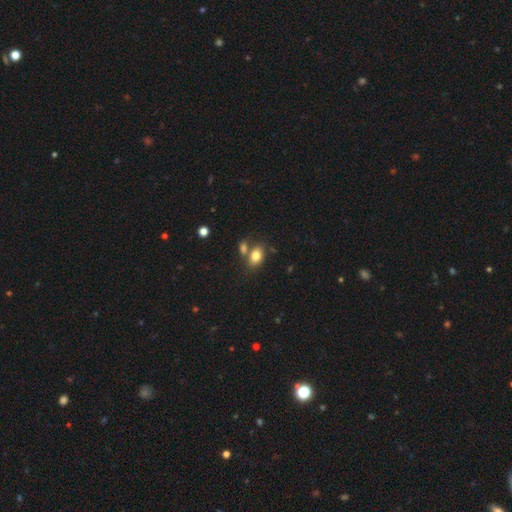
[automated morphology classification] This appears to be a smooth galaxy with no disk features (81%) that is in between round and cigar-shaped (80%). Merging: none (54%).